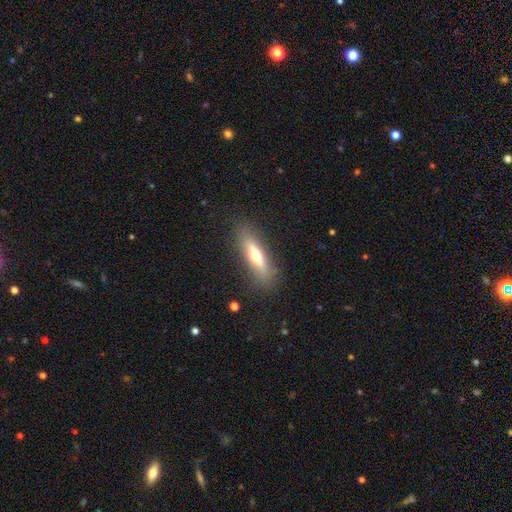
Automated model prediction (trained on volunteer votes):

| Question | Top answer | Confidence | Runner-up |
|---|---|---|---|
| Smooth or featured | smooth | 49% | featured or disk (44%) |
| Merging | none | 87% | minor disturbance (9%) |